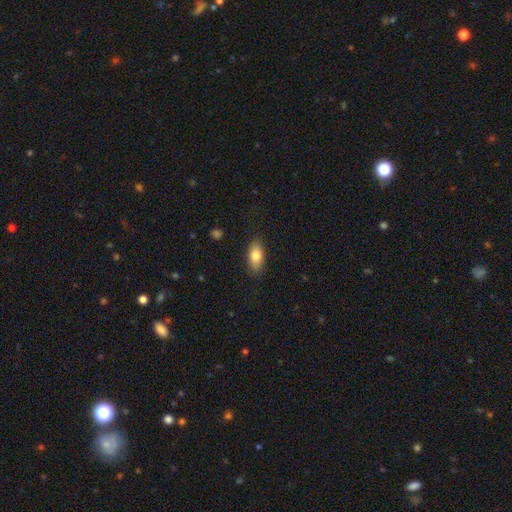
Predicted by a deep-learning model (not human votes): Smooth or featured? smooth (80%)
How rounded? in between (88%)
Merging? none (86%)